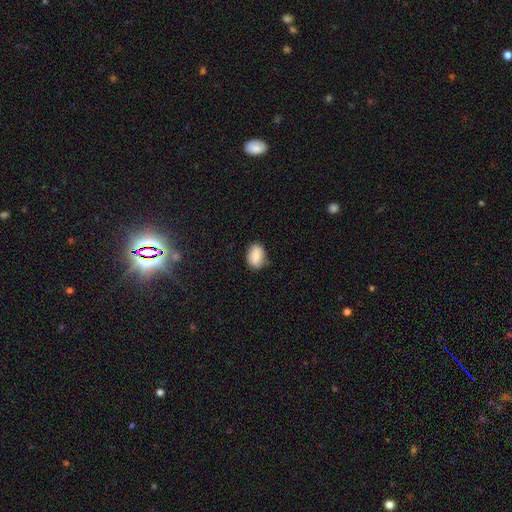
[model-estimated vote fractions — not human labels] smooth-or-featured: smooth: 86% | star or artifact: 7% | featured or disk: 7%
  how-rounded: in between: 82% | round: 16% | cigar-shaped: 2%
  merging: none: 77% | minor disturbance: 18% | major disturbance: 3% | merger: 1%